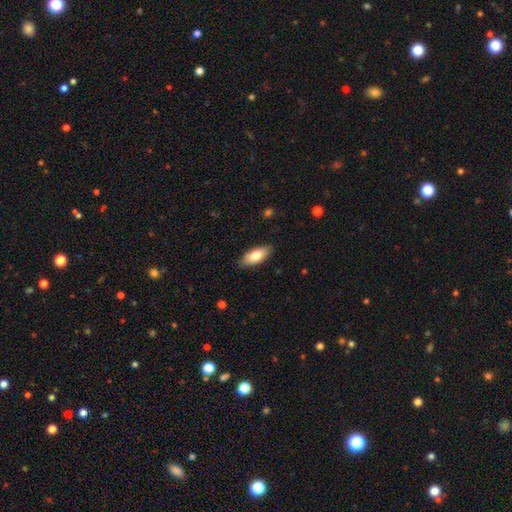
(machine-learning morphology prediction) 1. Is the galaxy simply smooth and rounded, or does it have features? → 80% smooth, 14% featured or disk, 6% star or artifact.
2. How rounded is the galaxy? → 82% in between, 16% cigar-shaped, 2% round.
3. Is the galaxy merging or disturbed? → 88% none, 10% minor disturbance, 2% major disturbance, 1% merger.